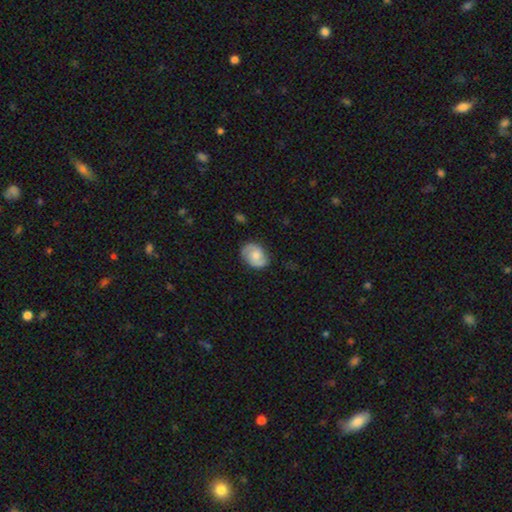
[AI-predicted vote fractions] Smooth or featured? Predicted: smooth (p=0.47). Merging? Predicted: none (p=0.77).